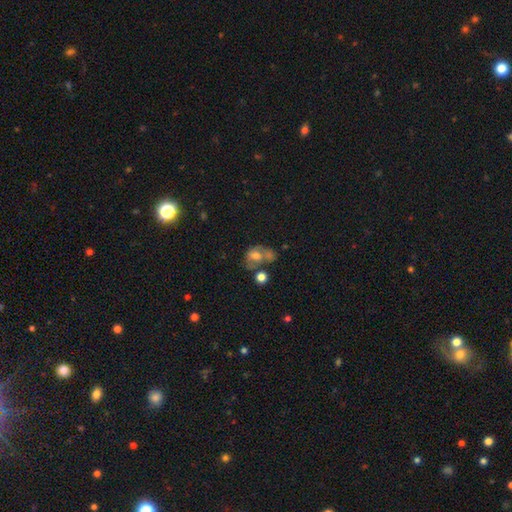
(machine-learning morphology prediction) This is possibly a smooth galaxy (53%). How rounded: possibly in between (59%). Merging: marginally merger (34%).